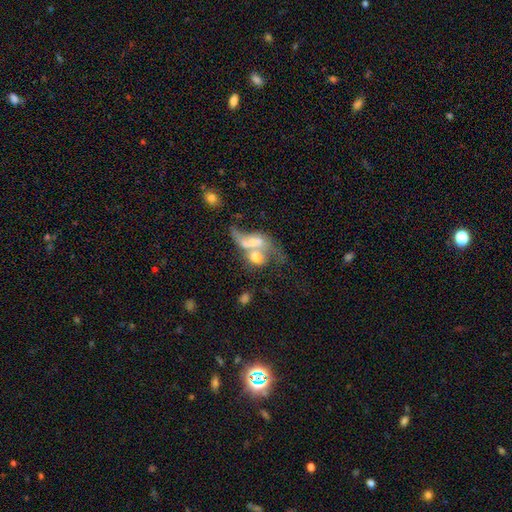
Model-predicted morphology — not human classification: Smooth or featured? Predicted: featured or disk (p=0.52). Edge-on disk? Predicted: no (p=0.94). Merging? Predicted: merger (p=0.67).